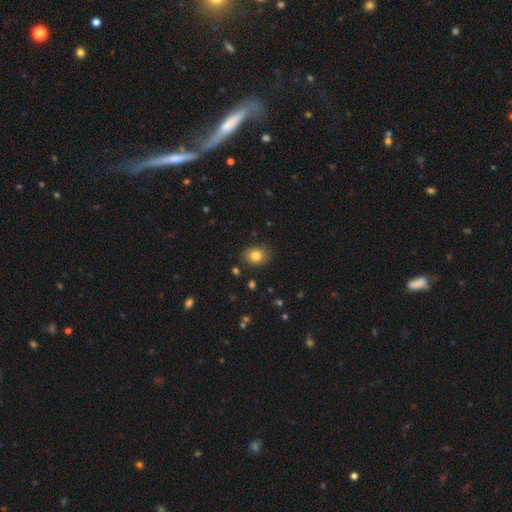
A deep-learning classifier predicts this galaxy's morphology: Smooth or featured? Predicted: smooth (p=0.81). How rounded? Predicted: in between (p=0.58). Merging? Predicted: none (p=0.83).